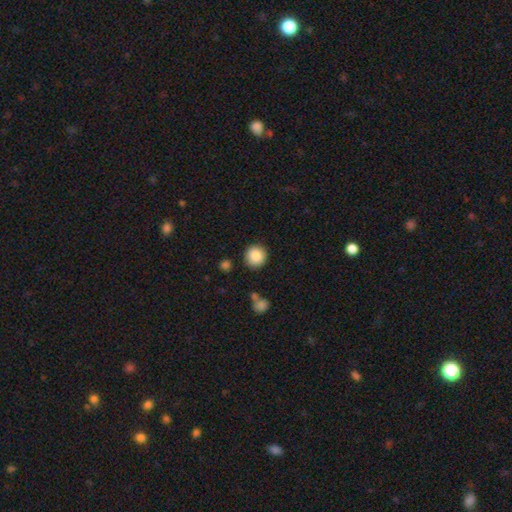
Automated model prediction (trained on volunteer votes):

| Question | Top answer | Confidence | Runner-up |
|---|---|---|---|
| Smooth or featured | smooth | 87% | star or artifact (9%) |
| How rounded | round | 93% | in between (7%) |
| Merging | none | 89% | minor disturbance (7%) |